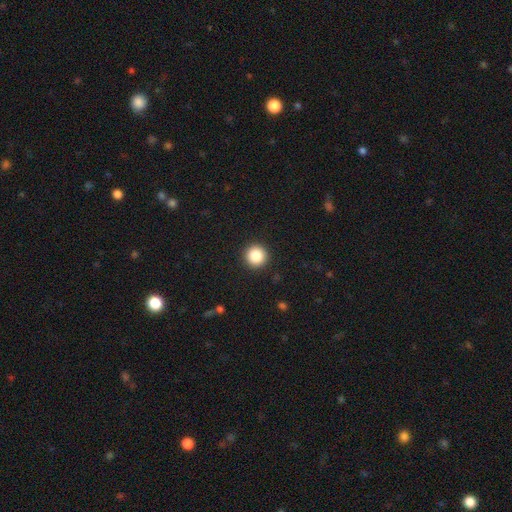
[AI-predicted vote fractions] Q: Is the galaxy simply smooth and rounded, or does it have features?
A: smooth — 87%.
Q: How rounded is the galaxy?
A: round — 96%.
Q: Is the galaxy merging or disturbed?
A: none — 93%.